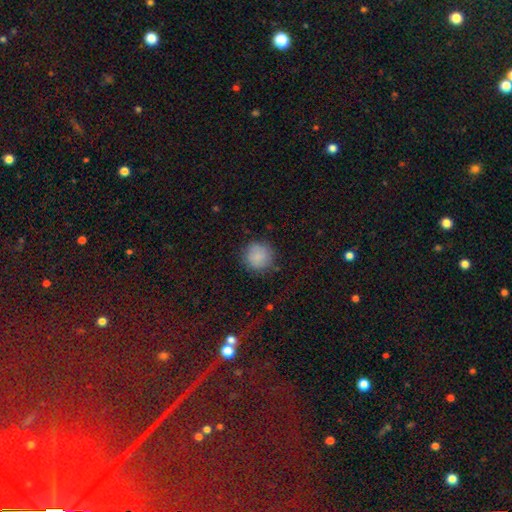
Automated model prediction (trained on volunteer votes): smooth-or-featured: smooth: 85% | star or artifact: 9% | featured or disk: 6%
  how-rounded: round: 93% | in between: 6% | cigar-shaped: 1%
  merging: none: 85% | minor disturbance: 10% | major disturbance: 3% | merger: 1%